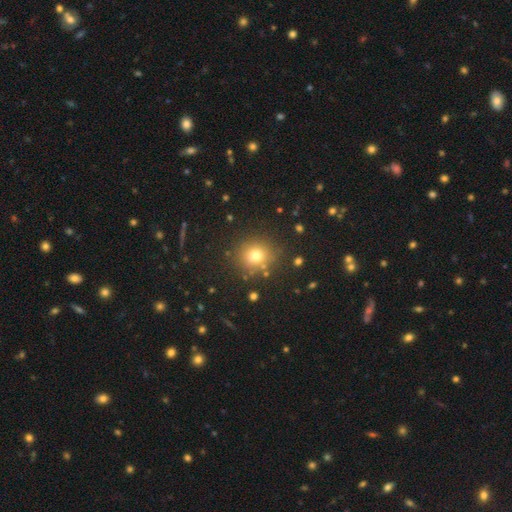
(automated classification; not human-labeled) Smooth or featured? smooth (74%)
How rounded? round (80%)
Merging? none (84%)